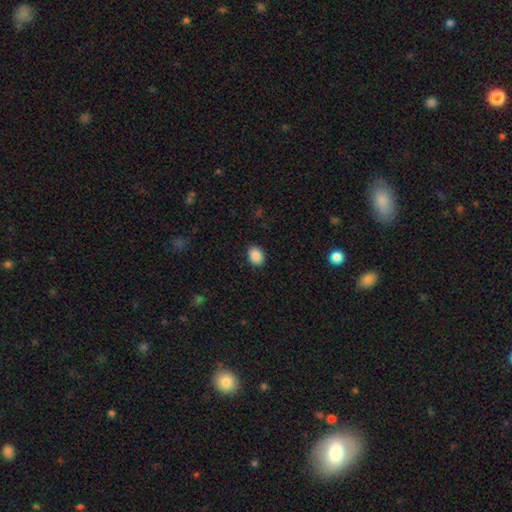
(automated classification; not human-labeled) Q: Smooth or featured?
A: smooth (89%); runner-up: star or artifact (8%)
Q: How rounded?
A: in between (71%); runner-up: round (28%)
Q: Merging?
A: none (89%); runner-up: minor disturbance (8%)